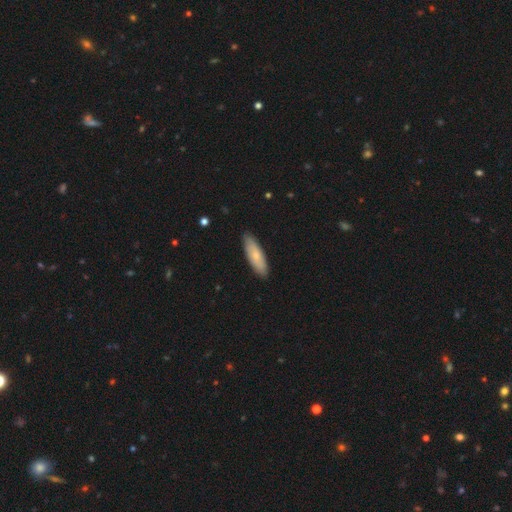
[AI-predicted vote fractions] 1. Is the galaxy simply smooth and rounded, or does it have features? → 74% smooth, 21% featured or disk, 5% star or artifact.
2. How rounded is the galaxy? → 51% in between, 47% cigar-shaped, 2% round.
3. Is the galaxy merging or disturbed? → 88% none, 10% minor disturbance, 2% major disturbance, 1% merger.